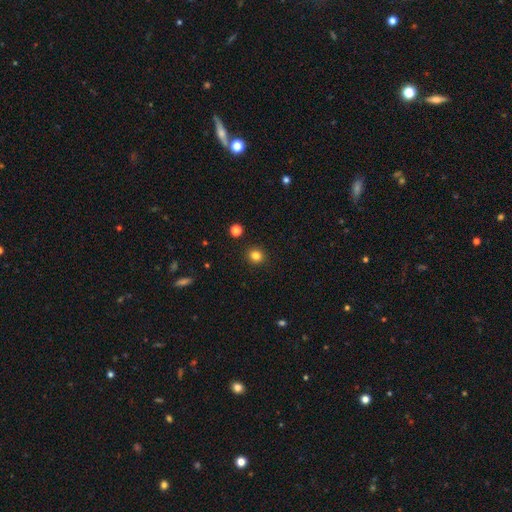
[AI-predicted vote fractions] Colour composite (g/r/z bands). It shows a smooth galaxy with no disk features (83%) that is round (88%). Merging: none (91%).